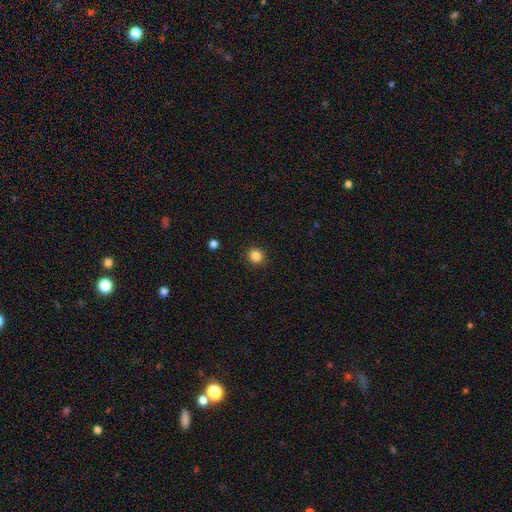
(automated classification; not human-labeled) Smooth or featured? Predicted: smooth (p=0.85). How rounded? Predicted: round (p=0.93). Merging? Predicted: none (p=0.92).